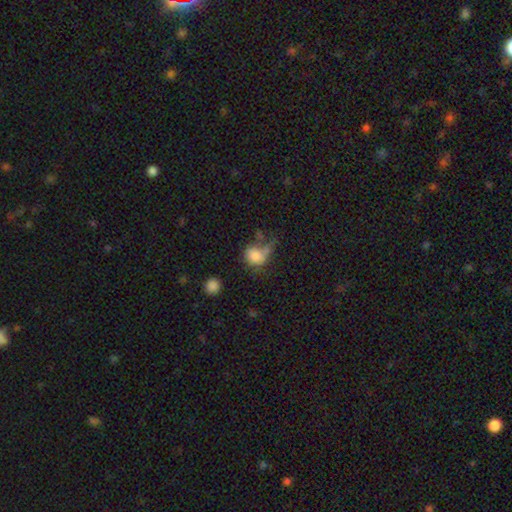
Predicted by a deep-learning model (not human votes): smooth-or-featured: smooth: 77% | featured or disk: 12% | star or artifact: 10%
  how-rounded: round: 61% | in between: 38% | cigar-shaped: 1%
  merging: none: 30% | major disturbance: 28% | minor disturbance: 22% | merger: 20%